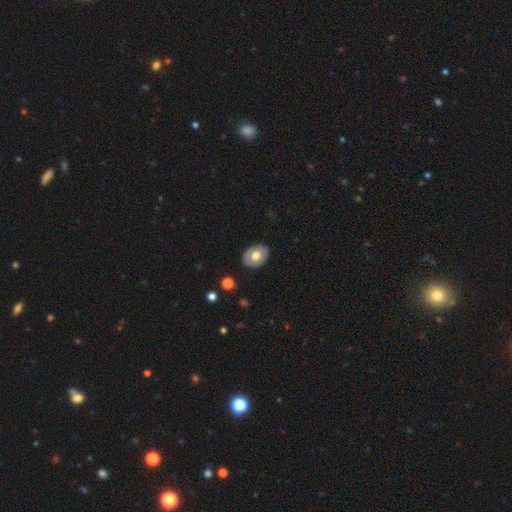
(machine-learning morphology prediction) This is possibly a smooth galaxy (59%). How rounded: likely in between (71%). Merging: clearly none (85%).